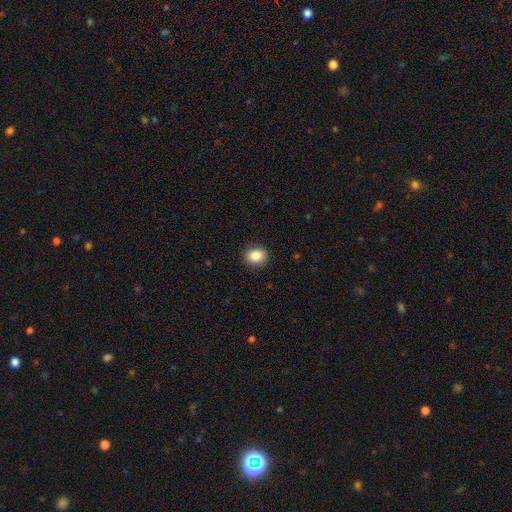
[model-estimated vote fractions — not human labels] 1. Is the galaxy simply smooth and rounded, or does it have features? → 86% smooth, 9% star or artifact, 5% featured or disk.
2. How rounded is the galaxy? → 70% round, 29% in between, 1% cigar-shaped.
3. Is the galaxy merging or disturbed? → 89% none, 8% minor disturbance, 2% major disturbance, 1% merger.